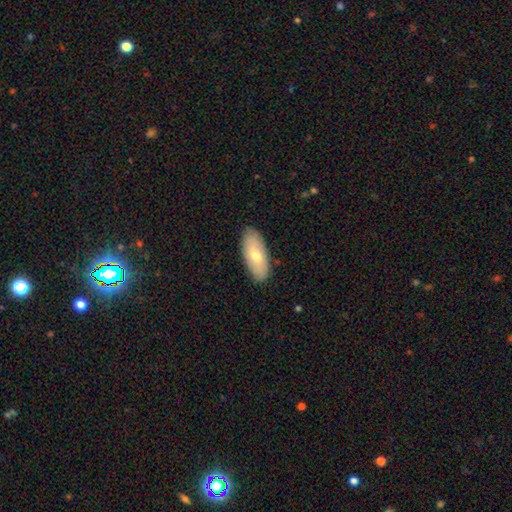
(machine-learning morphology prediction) smooth_or_featured: smooth (p=0.69) [alt: featured or disk p=0.25]
how_rounded: in between (p=0.86) [alt: cigar-shaped p=0.12]
merging: none (p=0.88) [alt: minor disturbance p=0.09]